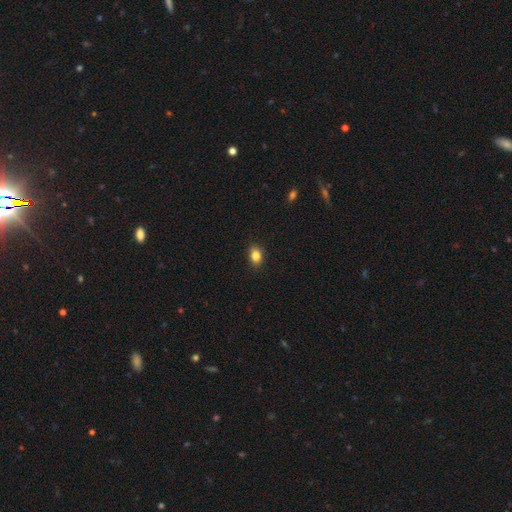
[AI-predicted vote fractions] Q: Smooth or featured?
A: smooth (83%); runner-up: star or artifact (10%)
Q: How rounded?
A: in between (75%); runner-up: round (24%)
Q: Merging?
A: none (87%); runner-up: minor disturbance (10%)